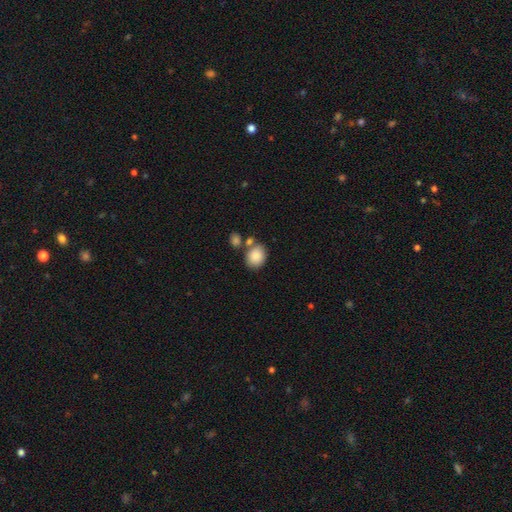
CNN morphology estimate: Smooth or featured?
  - smooth: 87% *
  - star or artifact: 8%
  - featured or disk: 6%
How rounded?
  - round: 54% *
  - in between: 45%
  - cigar-shaped: 1%
Merging?
  - none: 60% *
  - merger: 23%
  - minor disturbance: 13%
  - major disturbance: 4%